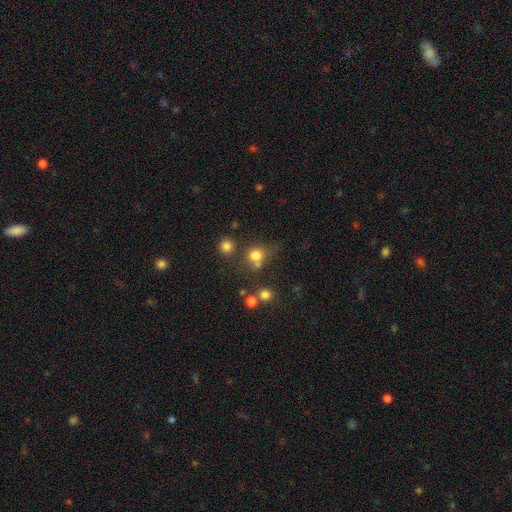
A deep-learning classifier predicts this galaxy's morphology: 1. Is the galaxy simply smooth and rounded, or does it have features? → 76% smooth, 16% star or artifact, 8% featured or disk.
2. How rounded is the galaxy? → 81% round, 18% in between, 1% cigar-shaped.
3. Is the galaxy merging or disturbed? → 56% none, 22% merger, 14% minor disturbance, 8% major disturbance.